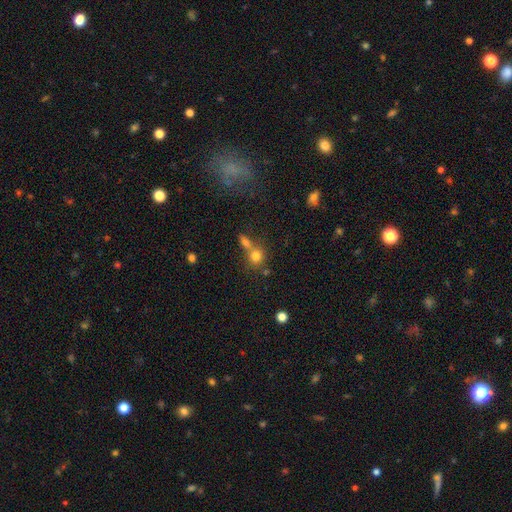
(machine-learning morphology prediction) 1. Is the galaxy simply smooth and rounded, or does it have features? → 76% smooth, 13% star or artifact, 10% featured or disk.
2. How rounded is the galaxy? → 80% round, 19% in between, 1% cigar-shaped.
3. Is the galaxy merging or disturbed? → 44% merger, 43% none, 8% minor disturbance, 4% major disturbance.